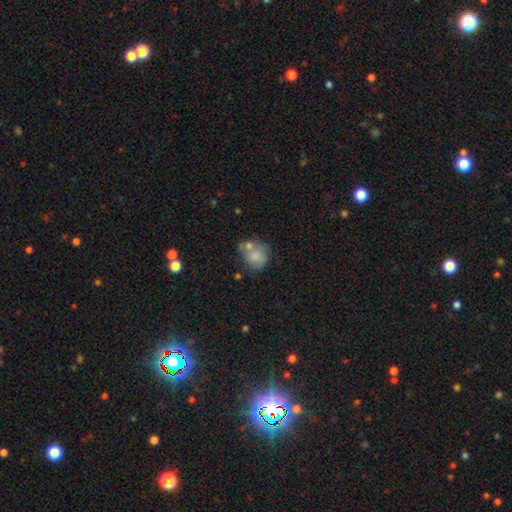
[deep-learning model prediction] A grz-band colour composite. It shows a smooth galaxy with no disk features (75%) that is round (72%). Merging: none (45%).